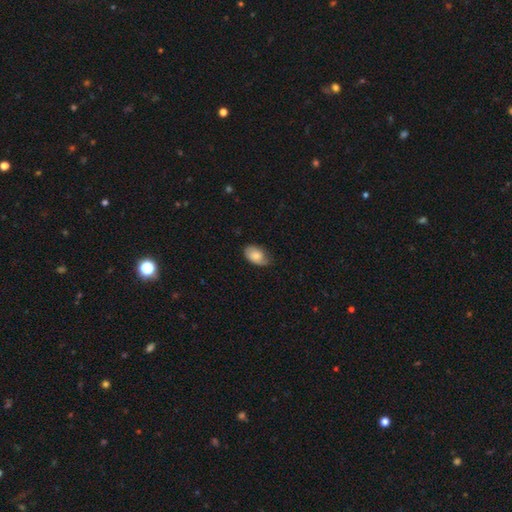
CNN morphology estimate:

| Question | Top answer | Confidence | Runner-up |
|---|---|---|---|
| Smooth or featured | smooth | 75% | featured or disk (18%) |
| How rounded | in between | 89% | round (10%) |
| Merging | none | 65% | minor disturbance (28%) |